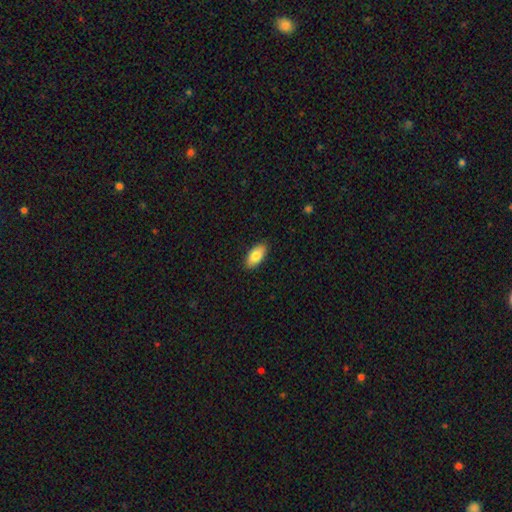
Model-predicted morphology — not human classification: This is clearly a smooth galaxy (83%). How rounded: clearly in between (92%). Merging: clearly none (89%).